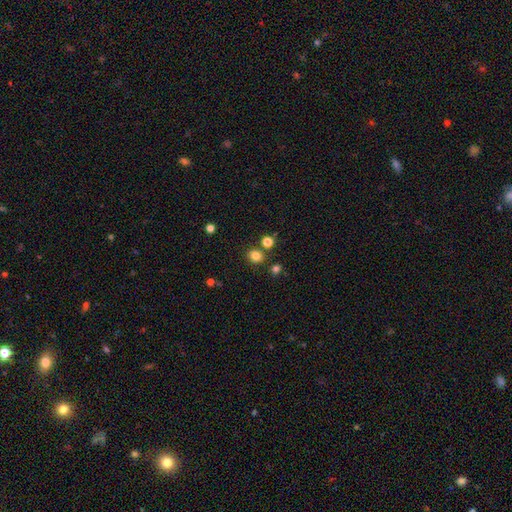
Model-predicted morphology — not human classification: Q: Smooth or featured?
A: smooth (81%); runner-up: star or artifact (14%)
Q: How rounded?
A: round (73%); runner-up: in between (27%)
Q: Merging?
A: none (80%); runner-up: merger (9%)